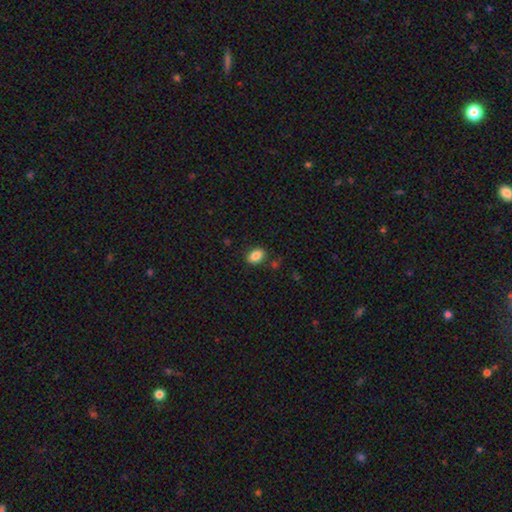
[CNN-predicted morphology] type=smooth (86%); roundness=in between (79%); merging=none (84%).